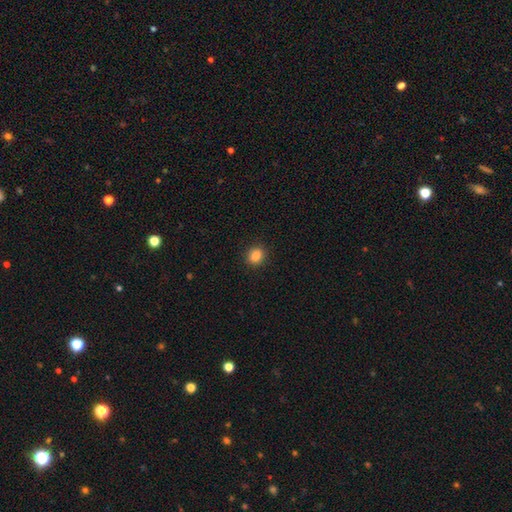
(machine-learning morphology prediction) A smooth galaxy with no disk features (86%) that is round (70%). Merging: none (91%).